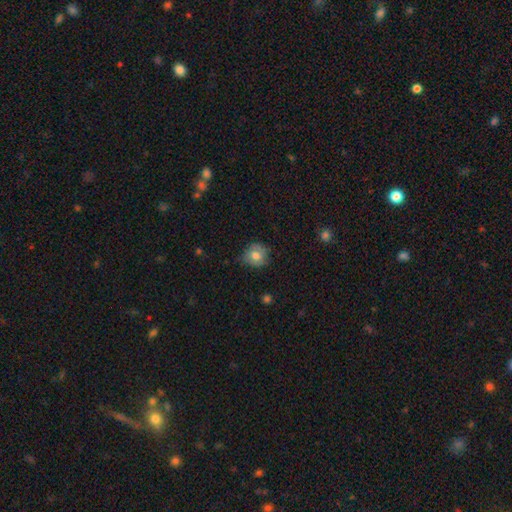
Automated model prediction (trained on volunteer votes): Smooth or featured?
  - smooth: 76% *
  - featured or disk: 14%
  - star or artifact: 9%
How rounded?
  - round: 83% *
  - in between: 16%
  - cigar-shaped: 1%
Merging?
  - none: 65% *
  - minor disturbance: 28%
  - major disturbance: 6%
  - merger: 2%